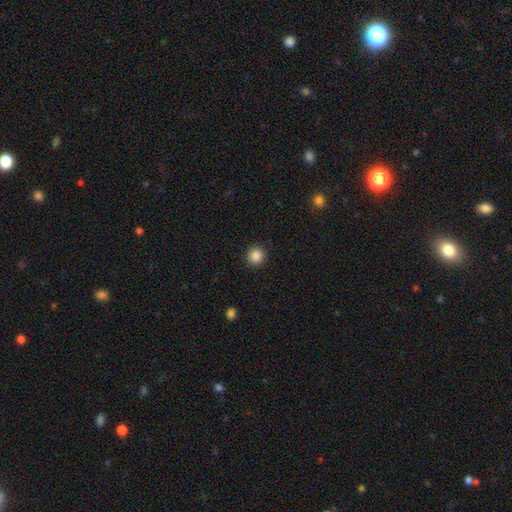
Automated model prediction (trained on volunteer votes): Smooth or featured? Predicted: smooth (p=0.87). How rounded? Predicted: round (p=0.94). Merging? Predicted: none (p=0.92).